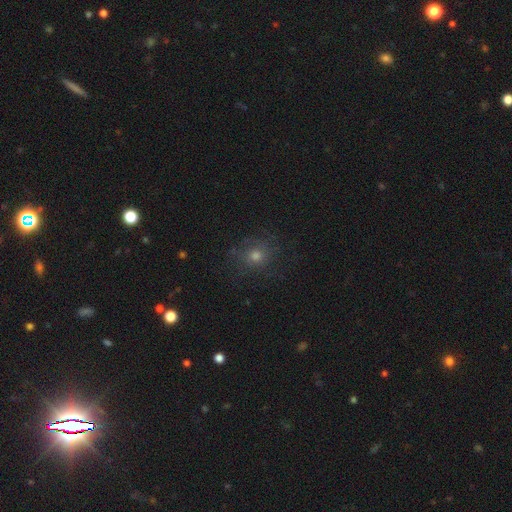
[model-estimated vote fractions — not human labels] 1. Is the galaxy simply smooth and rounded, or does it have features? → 56% smooth, 27% star or artifact, 17% featured or disk.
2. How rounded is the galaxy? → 80% round, 19% in between, 1% cigar-shaped.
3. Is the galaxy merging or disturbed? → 78% none, 14% minor disturbance, 8% major disturbance, 1% merger.